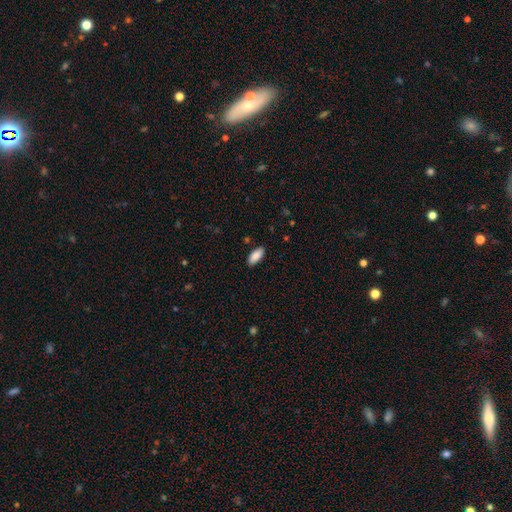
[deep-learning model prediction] Smooth or featured?
  - smooth: 89% *
  - star or artifact: 6%
  - featured or disk: 5%
How rounded?
  - in between: 88% *
  - cigar-shaped: 11%
  - round: 2%
Merging?
  - none: 88% *
  - minor disturbance: 9%
  - major disturbance: 2%
  - merger: 1%